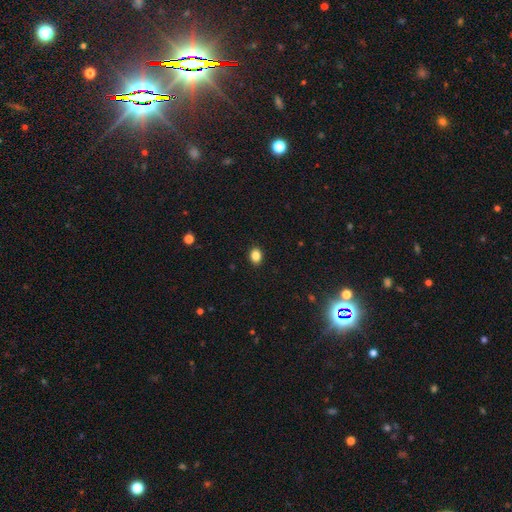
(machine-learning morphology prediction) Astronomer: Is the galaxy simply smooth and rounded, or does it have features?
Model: smooth — 86%.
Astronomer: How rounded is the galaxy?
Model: in between — 56% (runner-up: round, 43%).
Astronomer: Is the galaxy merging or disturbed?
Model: none — 91%.